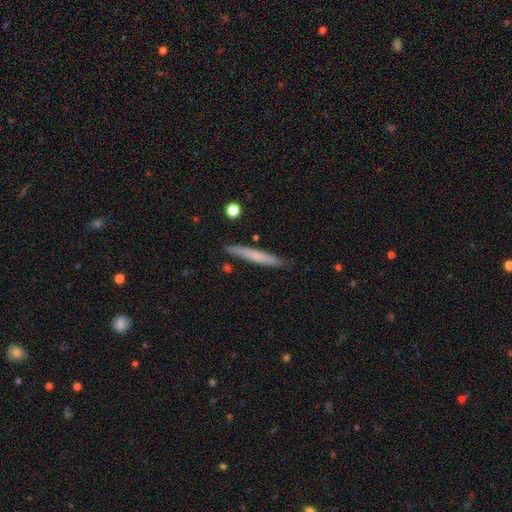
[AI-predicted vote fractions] smooth 62%, featured or disk 32%, star or artifact 6%. Down the decision tree: how rounded — cigar-shaped (95%); merging — none (85%).